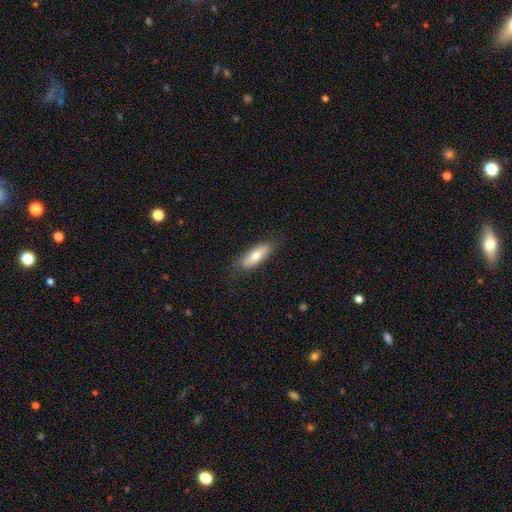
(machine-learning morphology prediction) Q: Smooth or featured?
A: smooth (73%); runner-up: featured or disk (21%)
Q: How rounded?
A: in between (69%); runner-up: cigar-shaped (29%)
Q: Merging?
A: none (81%); runner-up: minor disturbance (15%)